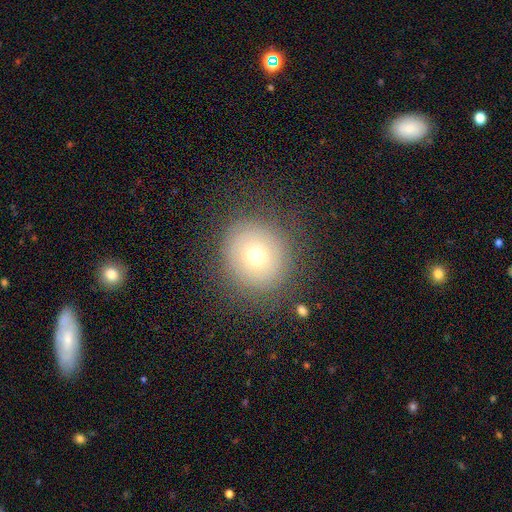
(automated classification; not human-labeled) smooth_or_featured: smooth (p=0.60) [alt: featured or disk p=0.26]
how_rounded: round (p=0.89) [alt: in between p=0.10]
merging: none (p=0.81) [alt: minor disturbance p=0.12]